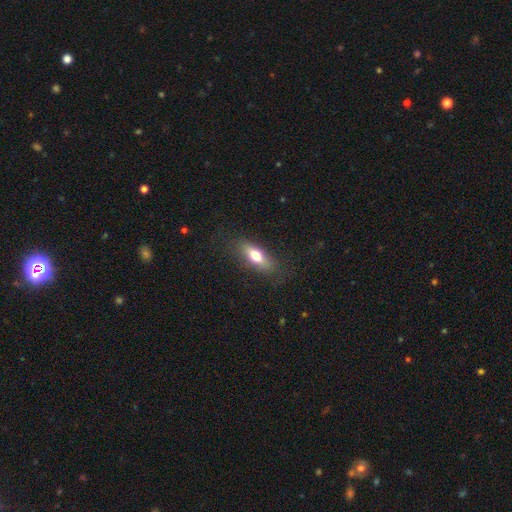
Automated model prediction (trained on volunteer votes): Q: Smooth or featured?
A: smooth (67%); runner-up: featured or disk (25%)
Q: How rounded?
A: in between (64%); runner-up: cigar-shaped (31%)
Q: Merging?
A: none (80%); runner-up: minor disturbance (14%)